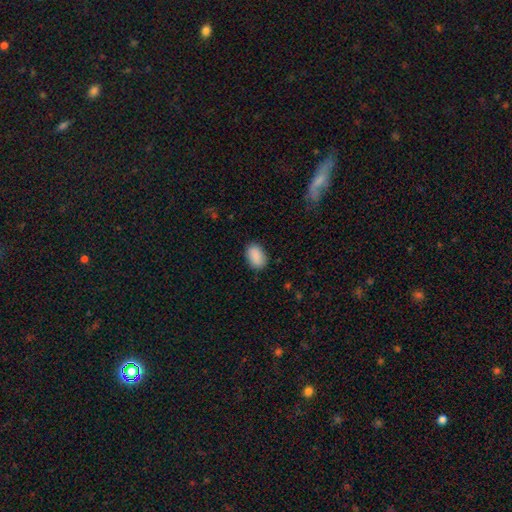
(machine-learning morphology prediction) Smooth or featured? smooth (90%)
How rounded? in between (89%)
Merging? none (85%)